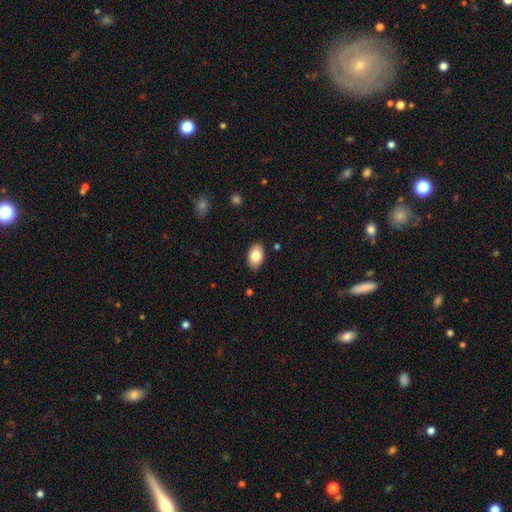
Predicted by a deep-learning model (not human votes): Q: Smooth or featured?
A: smooth (82%); runner-up: featured or disk (11%)
Q: How rounded?
A: in between (90%); runner-up: round (9%)
Q: Merging?
A: none (86%); runner-up: minor disturbance (11%)